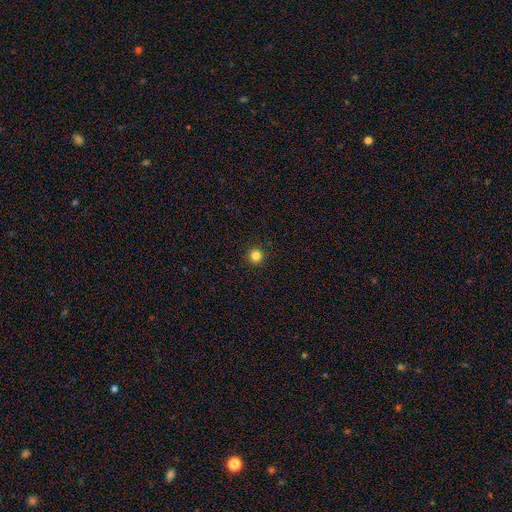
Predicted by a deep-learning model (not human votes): Overall: smooth (83%). How rounded: round (96%). Merging: none (94%).